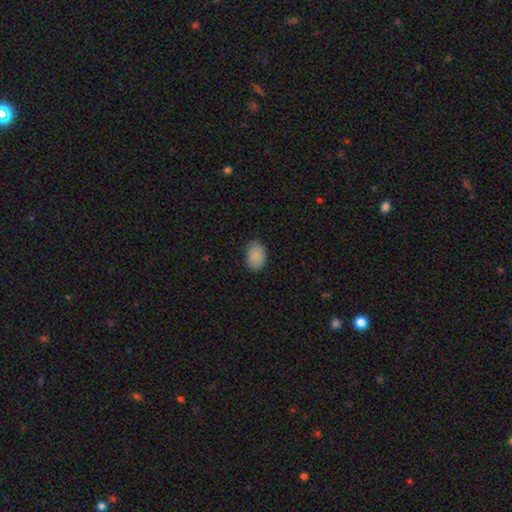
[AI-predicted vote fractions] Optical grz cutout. It shows a smooth galaxy with no disk features (88%) that is in between round and cigar-shaped (83%). Merging: none (81%).